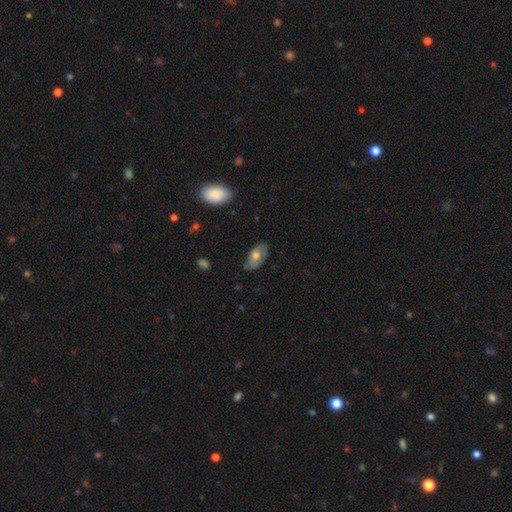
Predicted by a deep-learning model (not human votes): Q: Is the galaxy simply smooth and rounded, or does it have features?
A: smooth — 59%.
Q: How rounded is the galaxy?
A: in between — 92%.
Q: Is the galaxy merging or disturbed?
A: none — 71%.